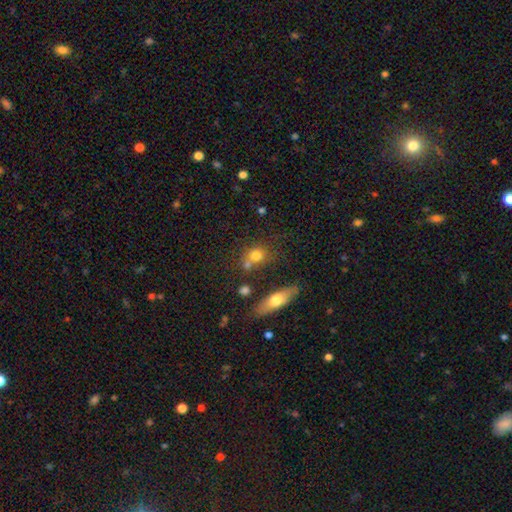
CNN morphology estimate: This appears to be a smooth galaxy with no disk features (73%) that is round (63%). Merging: none (54%).